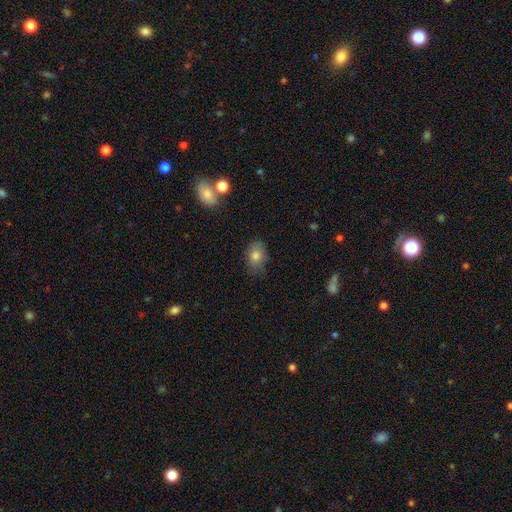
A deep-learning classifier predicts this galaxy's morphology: smooth-or-featured: smooth: 80% | featured or disk: 11% | star or artifact: 9%
  how-rounded: in between: 77% | round: 21% | cigar-shaped: 1%
  merging: none: 71% | minor disturbance: 22% | major disturbance: 5% | merger: 2%